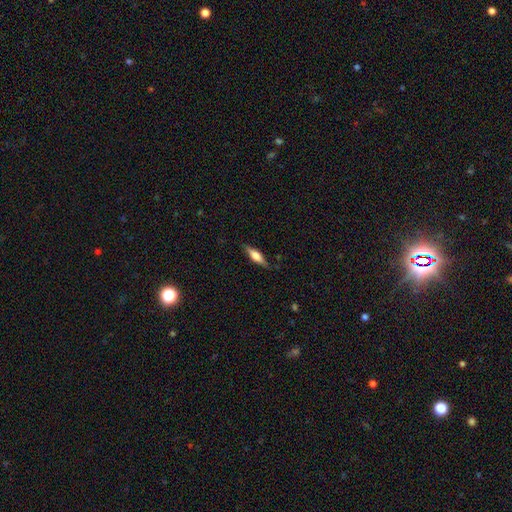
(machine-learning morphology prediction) type=featured or disk (48%); merging=none (83%).